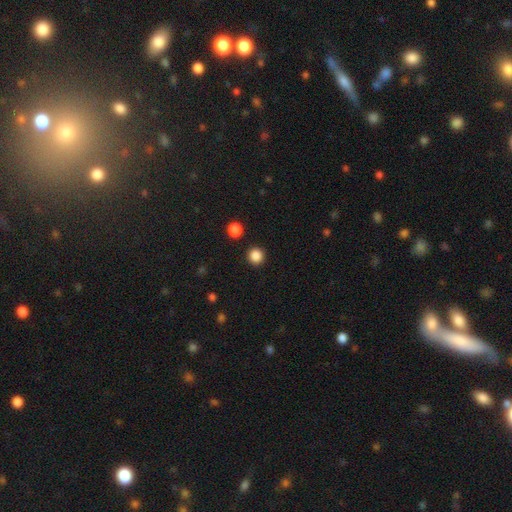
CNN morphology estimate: The model was most divided on "smooth or featured": smooth: 86%, star or artifact: 11%, featured or disk: 3%. More confident: how rounded — round (94%); merging — none (91%).